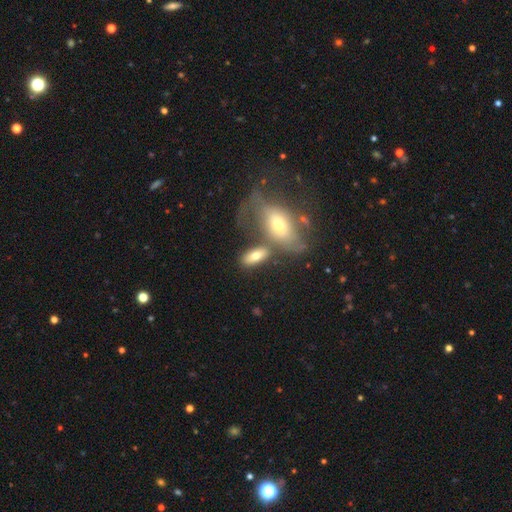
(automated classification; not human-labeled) smooth-or-featured: smooth: 68% | featured or disk: 24% | star or artifact: 7%
  how-rounded: in between: 84% | cigar-shaped: 11% | round: 5%
  merging: none: 45% | merger: 32% | minor disturbance: 13% | major disturbance: 10%